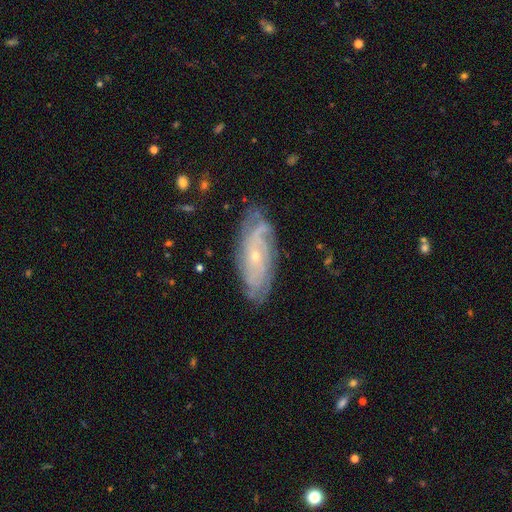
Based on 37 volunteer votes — A featured or disk galaxy (78%) with no bar (80%), 2 (56%) medium (52%) spiral arms (100%) and a small central bulge (76%).

Vote fractions:
- Smooth or featured? featured or disk: 78% / smooth: 19% / star or artifact: 3%
- Edge-on disk? no: 86% / yes: 14%
- Bar? no: 80% / weak: 16% / strong: 4%
- Spiral arms? yes: 100% / no: 0%
- Spiral winding? medium: 52% / loose: 36% / tight: 12%
- Spiral arm count? 2: 56% / can't tell: 36% / 1: 4% / 4: 4% / 3: 0% / more than 4: 0%
- Bulge size? small: 76% / moderate: 24% / dominant: 0% / large: 0% / none: 0%
- Merging? none: 83% / minor disturbance: 11% / major disturbance: 3% / merger: 3%